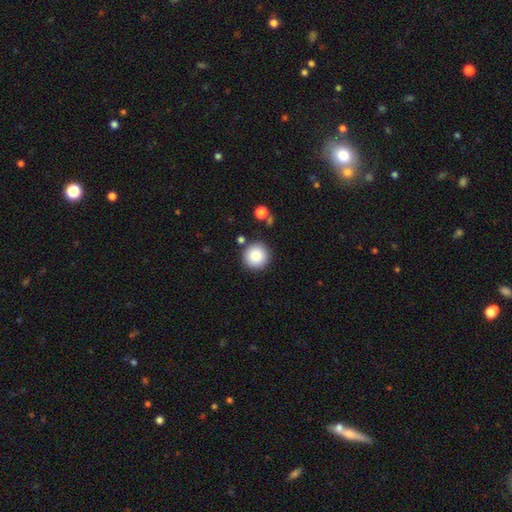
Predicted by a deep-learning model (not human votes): Smooth or featured: smooth — 85% (star or artifact — 9%)
How rounded: round — 95% (in between — 4%)
Merging: none — 87% (minor disturbance — 7%)